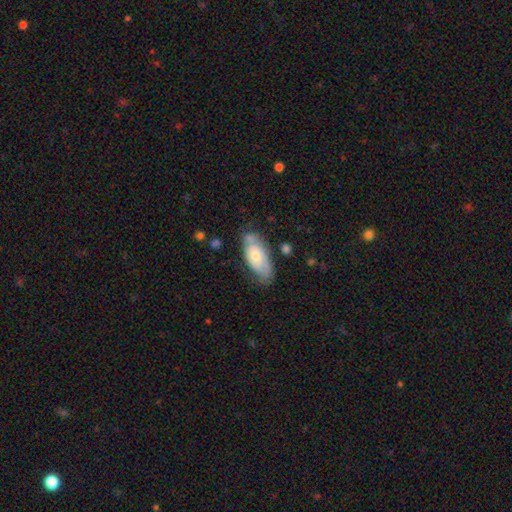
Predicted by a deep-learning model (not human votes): Smooth or featured? Predicted: smooth (p=0.48). Merging? Predicted: none (p=0.62).